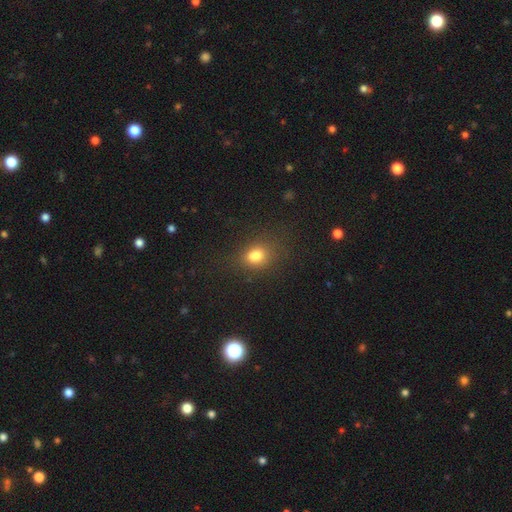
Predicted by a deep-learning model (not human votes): The model was most divided on "how rounded": in between: 54%, round: 45%, cigar-shaped: 2%. More confident: smooth or featured — smooth (77%); merging — none (64%).